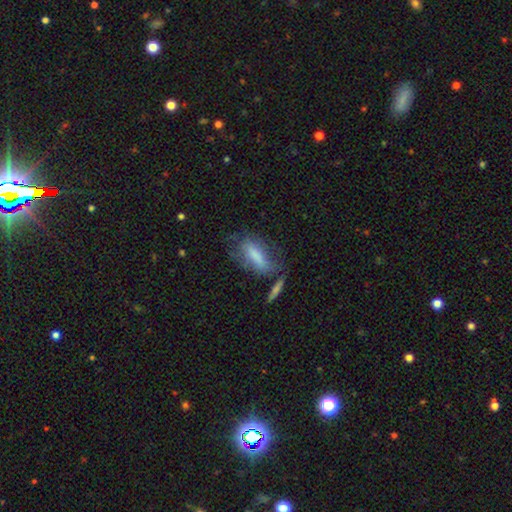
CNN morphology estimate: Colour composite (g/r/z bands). It shows a smooth galaxy with no disk features (66%) that is in between round and cigar-shaped (66%). Merging: none (45%).